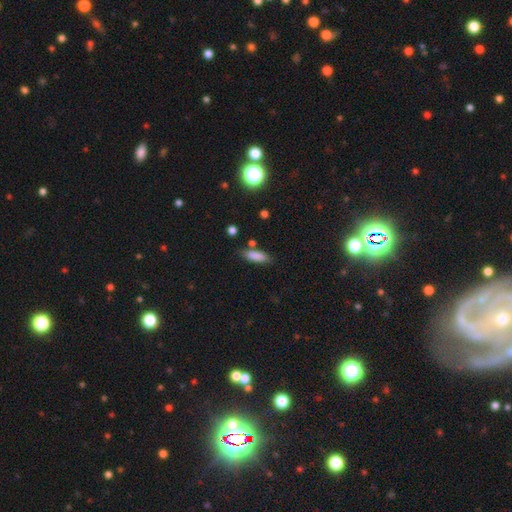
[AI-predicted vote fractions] Smooth or featured? Predicted: smooth (p=0.84). How rounded? Predicted: in between (p=0.57). Merging? Predicted: none (p=0.73).